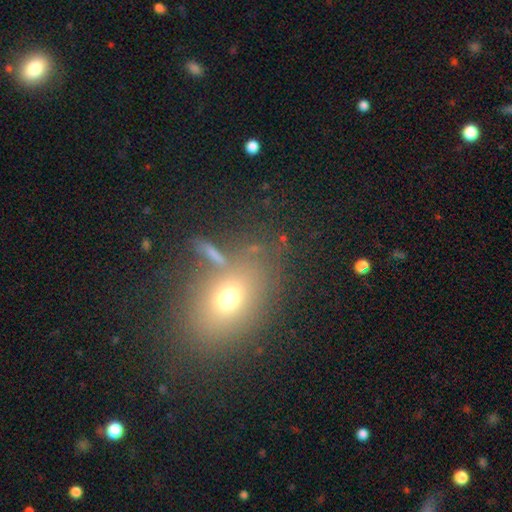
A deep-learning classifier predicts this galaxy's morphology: The model was most divided on "how rounded": in between: 64%, round: 33%, cigar-shaped: 3%. More confident: merging — none (69%); smooth or featured — smooth (61%).